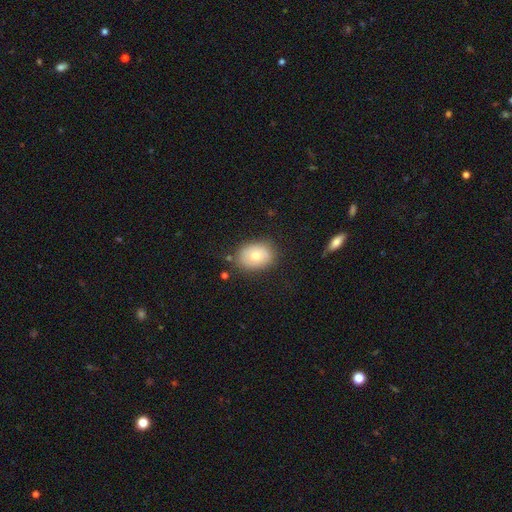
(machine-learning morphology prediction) type=smooth (70%); roundness=in between (63%); merging=none (79%).